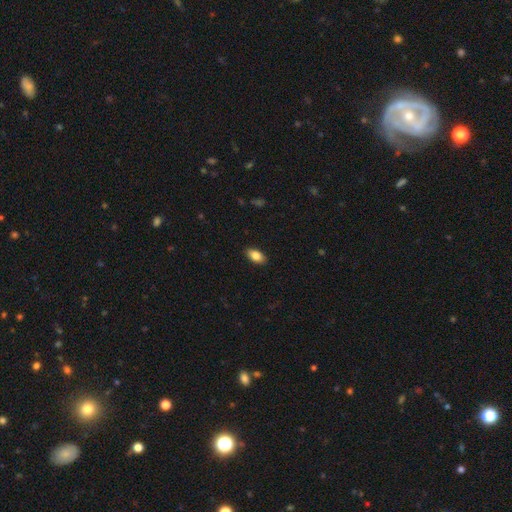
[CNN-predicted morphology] smooth-or-featured: smooth: 85% | star or artifact: 7% | featured or disk: 7%
  how-rounded: in between: 92% | round: 5% | cigar-shaped: 3%
  merging: none: 88% | minor disturbance: 9% | major disturbance: 2% | merger: 1%